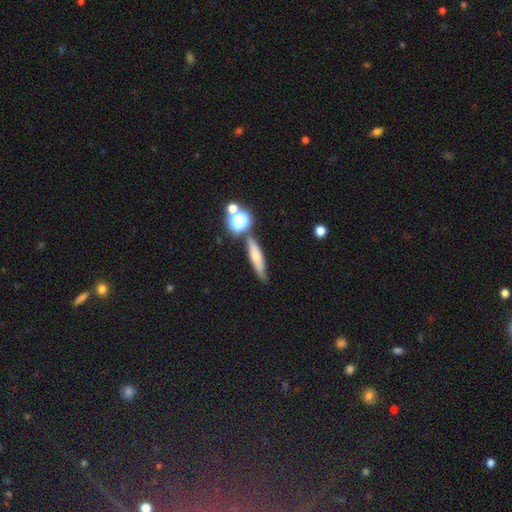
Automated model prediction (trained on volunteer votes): Smooth or featured? featured or disk (38%)
Merging? none (77%)